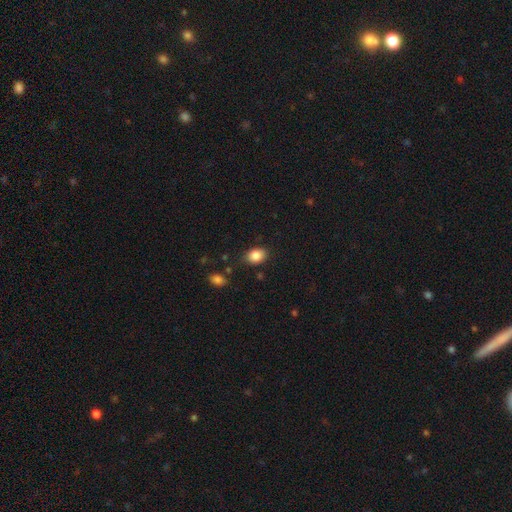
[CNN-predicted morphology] Smooth or featured: smooth — 86% (star or artifact — 9%)
How rounded: in between — 72% (round — 27%)
Merging: none — 82% (minor disturbance — 13%)